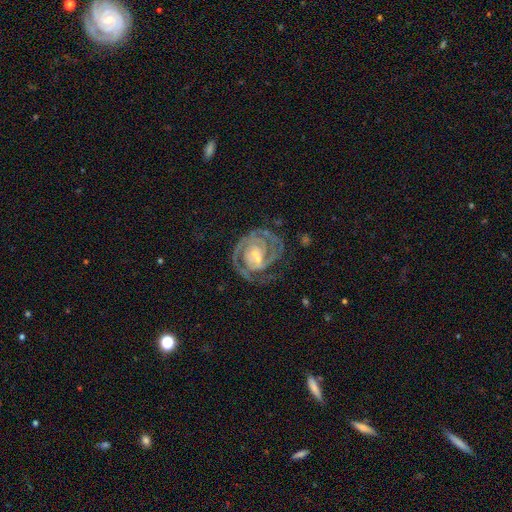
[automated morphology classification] Smooth or featured? Predicted: featured or disk (p=0.89). Edge-on disk? Predicted: no (p=0.98). Bar? Predicted: no (p=0.41, tied with weak). Spiral arms? Predicted: yes (p=0.97). Spiral winding? Predicted: tight (p=0.70). Spiral arm count? Predicted: 2 (p=0.57). Bulge size? Predicted: small (p=0.64). Merging? Predicted: none (p=0.68).